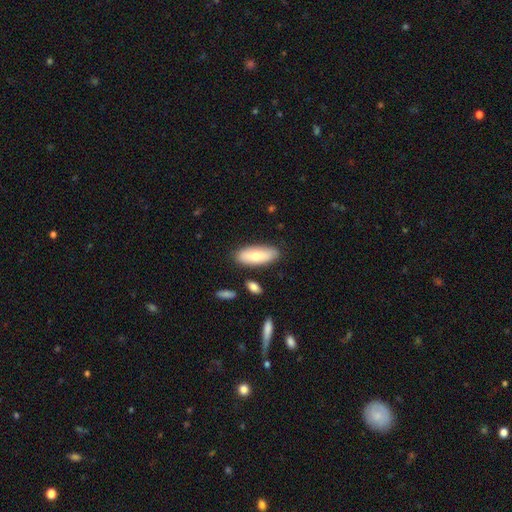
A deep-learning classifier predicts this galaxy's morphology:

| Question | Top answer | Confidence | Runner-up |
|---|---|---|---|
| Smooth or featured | smooth | 72% | featured or disk (23%) |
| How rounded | in between | 75% | cigar-shaped (23%) |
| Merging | none | 82% | minor disturbance (12%) |